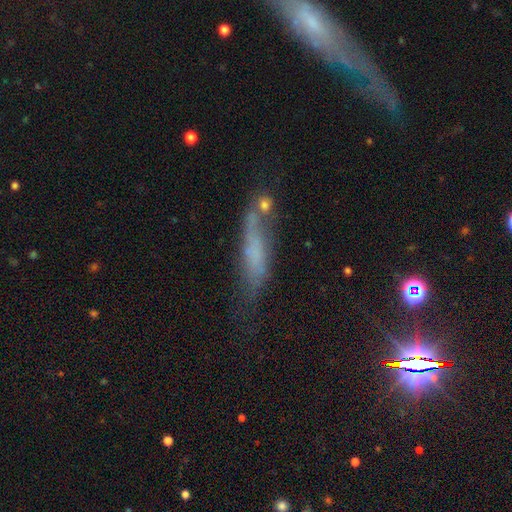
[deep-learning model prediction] Smooth or featured? Predicted: smooth (p=0.53). How rounded? Predicted: cigar-shaped (p=0.71). Merging? Predicted: none (p=0.39).